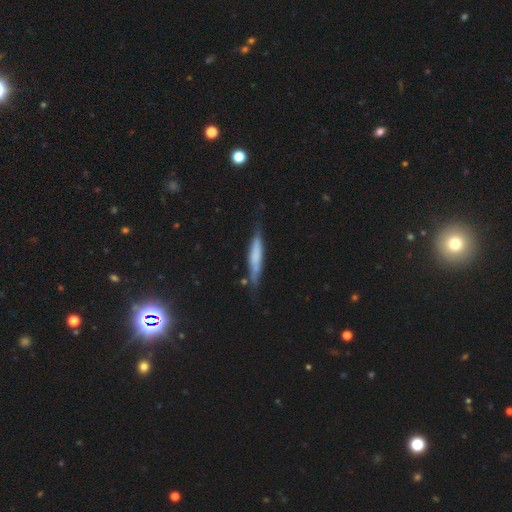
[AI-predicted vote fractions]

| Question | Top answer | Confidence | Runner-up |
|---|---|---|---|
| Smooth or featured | smooth | 53% | featured or disk (40%) |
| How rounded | cigar-shaped | 88% | in between (10%) |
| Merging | none | 69% | minor disturbance (22%) |